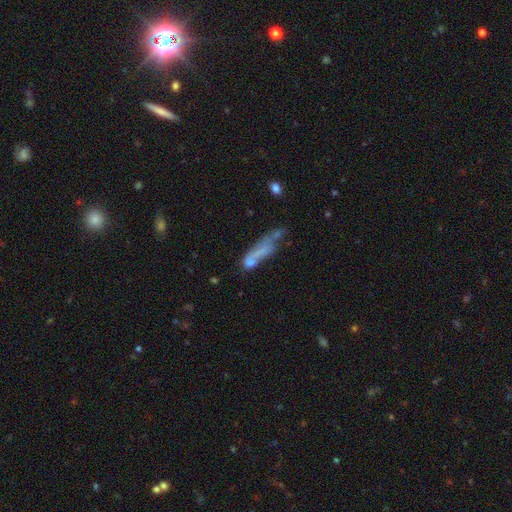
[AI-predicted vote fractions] Morphology: type=smooth (50%); roundness=cigar-shaped (70%); merging=none (32%).